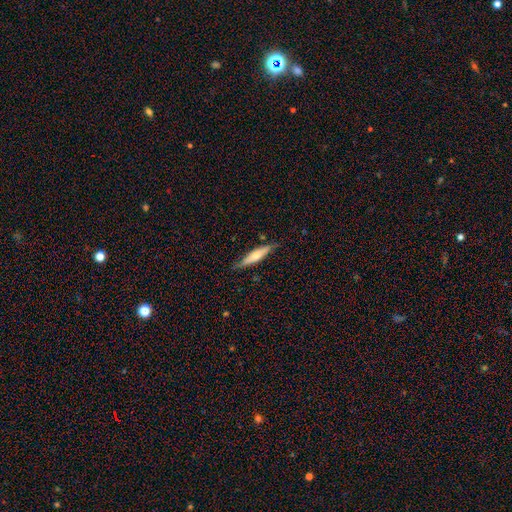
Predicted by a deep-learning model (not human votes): Smooth or featured: smooth — 48% (featured or disk — 46%)
Merging: none — 79% (minor disturbance — 16%)